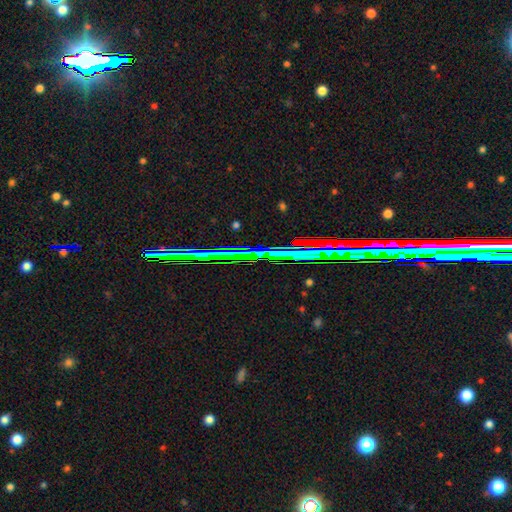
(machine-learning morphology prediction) smooth_or_featured: star or artifact (p=0.81) [alt: featured or disk p=0.11]